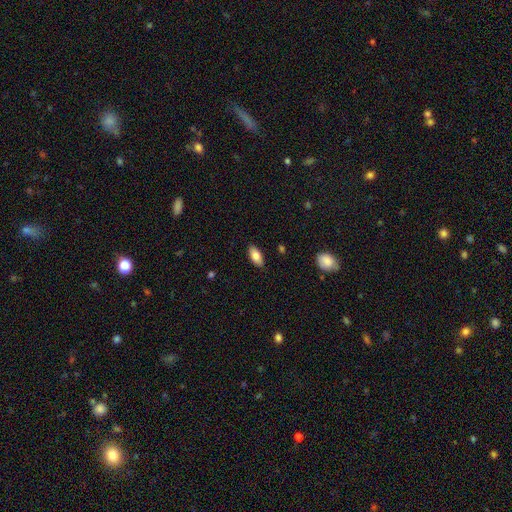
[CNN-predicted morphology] A smooth galaxy with no disk features (81%) that is in between round and cigar-shaped (90%). Merging: none (88%).